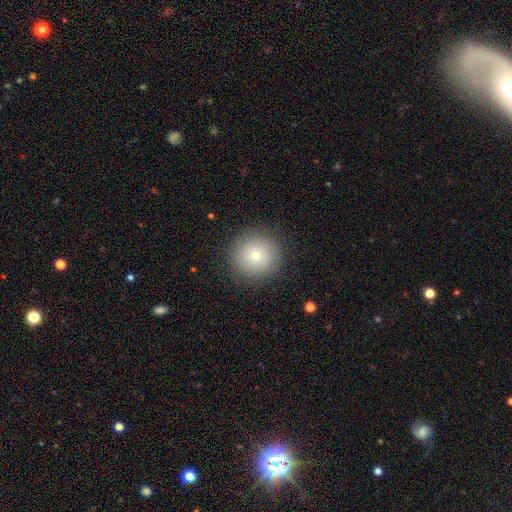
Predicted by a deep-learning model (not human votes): Smooth or featured: smooth — 80% (featured or disk — 10%)
How rounded: round — 95% (in between — 4%)
Merging: none — 89% (minor disturbance — 7%)